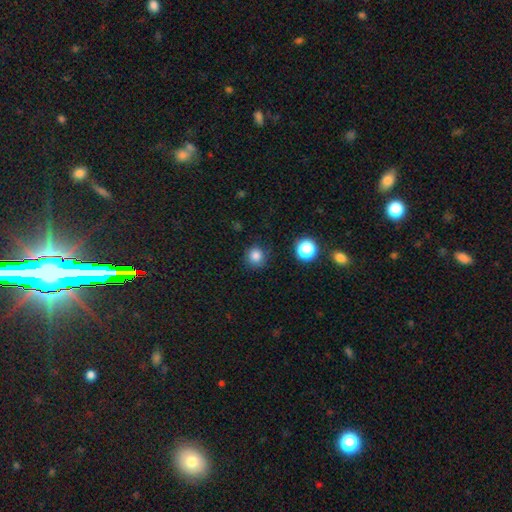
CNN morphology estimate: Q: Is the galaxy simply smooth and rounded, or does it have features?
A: smooth — 82%.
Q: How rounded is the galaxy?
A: round — 93%.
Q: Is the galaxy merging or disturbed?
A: none — 86%.